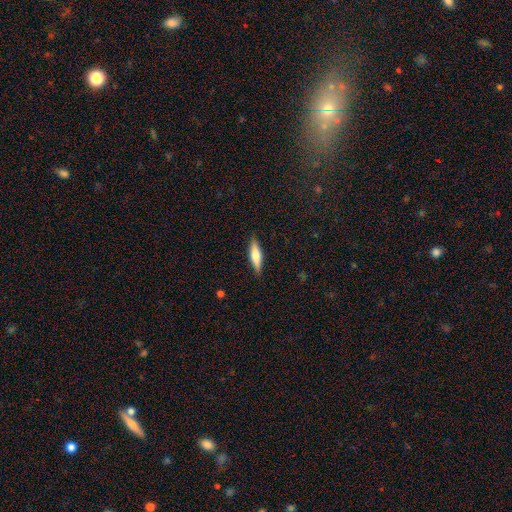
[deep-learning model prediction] Smooth or featured? smooth (57%)
How rounded? cigar-shaped (71%)
Merging? none (88%)